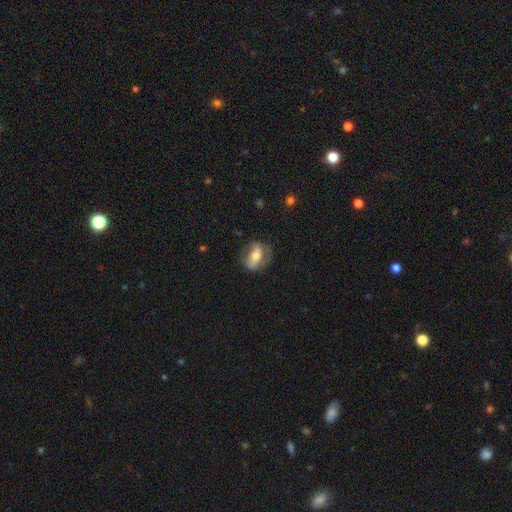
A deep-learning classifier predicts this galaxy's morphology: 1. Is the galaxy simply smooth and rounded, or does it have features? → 50% smooth, 43% featured or disk, 7% star or artifact.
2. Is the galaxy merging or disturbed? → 63% none, 23% minor disturbance, 13% major disturbance, 2% merger.